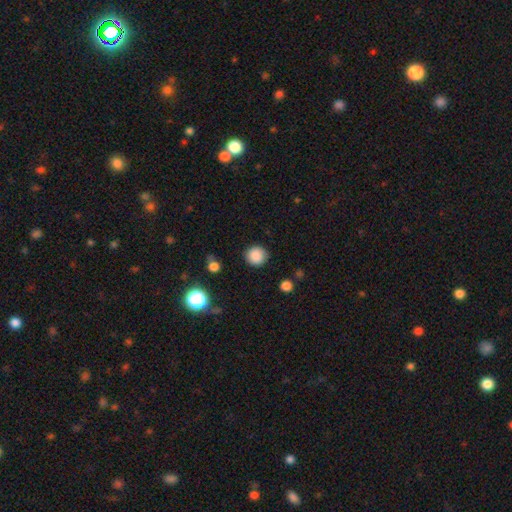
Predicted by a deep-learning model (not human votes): smooth-or-featured: smooth: 87% | star or artifact: 10% | featured or disk: 3%
  how-rounded: round: 92% | in between: 7% | cigar-shaped: 1%
  merging: none: 89% | minor disturbance: 7% | major disturbance: 2% | merger: 1%